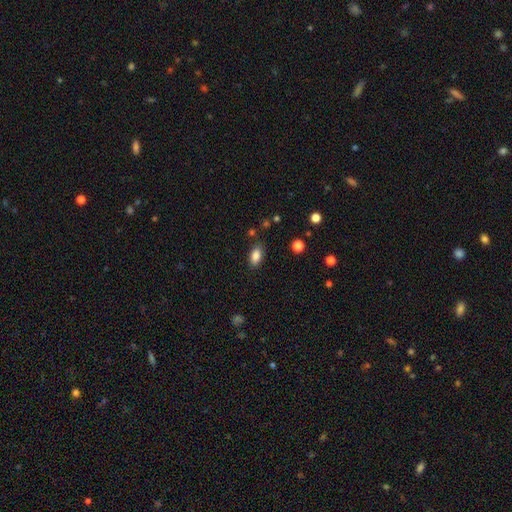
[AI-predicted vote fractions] A smooth galaxy with no disk features (85%) that is in between round and cigar-shaped (90%). Merging: none (83%).